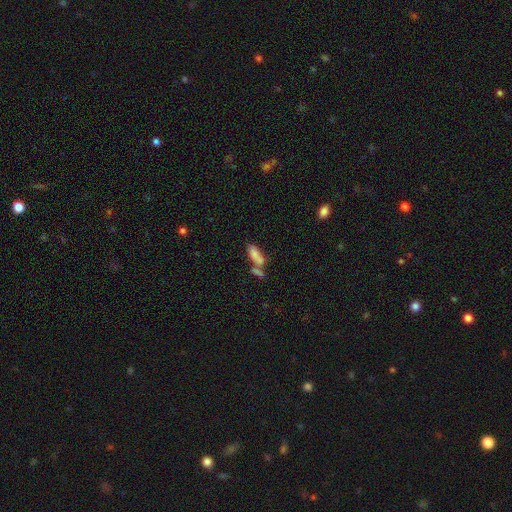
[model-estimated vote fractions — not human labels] This appears to be a smooth galaxy with no disk features (77%) that is in between round and cigar-shaped (66%). Merging: merger (49%).